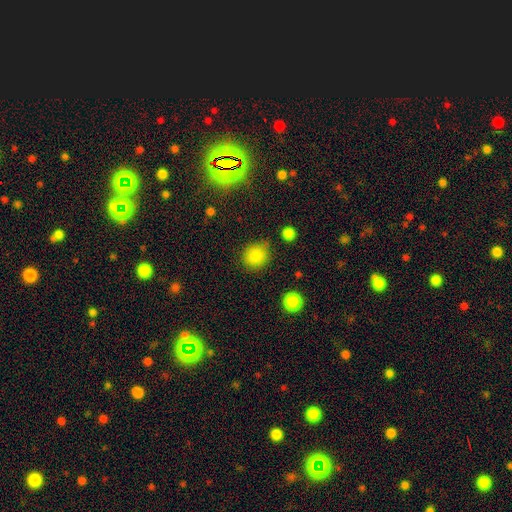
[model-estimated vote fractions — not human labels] smooth 84%, star or artifact 11%, featured or disk 4%. Down the decision tree: how rounded — round (80%); merging — none (78%).